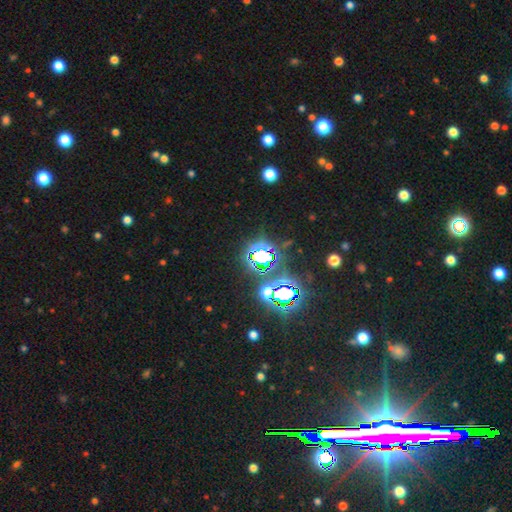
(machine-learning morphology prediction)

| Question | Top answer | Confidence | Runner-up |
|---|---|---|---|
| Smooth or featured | star or artifact | 79% | smooth (13%) |